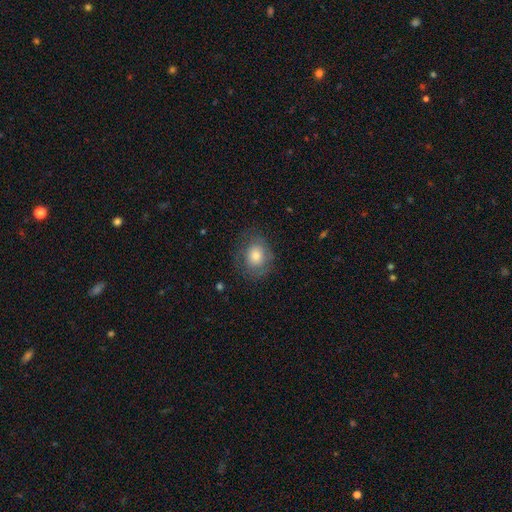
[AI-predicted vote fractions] Smooth or featured: smooth — 66% (featured or disk — 25%)
How rounded: round — 67% (in between — 32%)
Merging: none — 72% (minor disturbance — 17%)